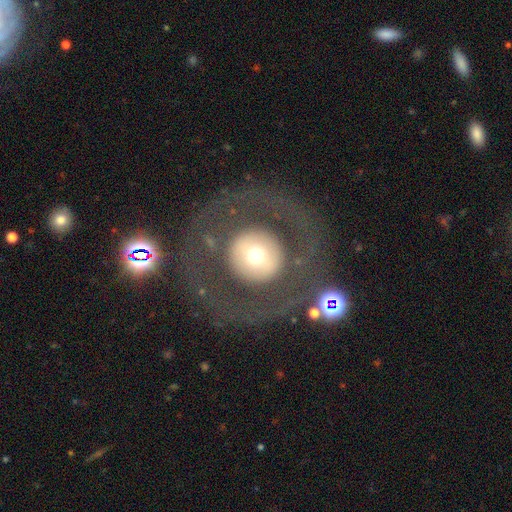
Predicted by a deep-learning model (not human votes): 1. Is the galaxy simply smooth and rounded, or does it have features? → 52% smooth, 37% featured or disk, 11% star or artifact.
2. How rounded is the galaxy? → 94% round, 5% in between, 1% cigar-shaped.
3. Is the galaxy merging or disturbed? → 70% none, 18% major disturbance, 10% minor disturbance, 3% merger.